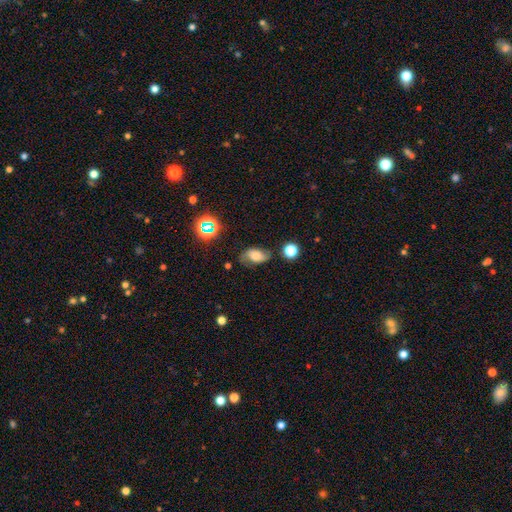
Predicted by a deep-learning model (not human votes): smooth 51%, featured or disk 34%, star or artifact 15%. Down the decision tree: how rounded — in between (85%); merging — none (61%).